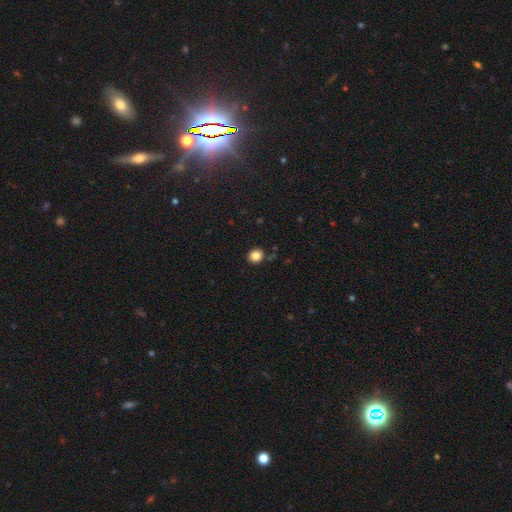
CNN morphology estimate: A smooth galaxy with no disk features (85%) that is round (85%).

Vote fractions:
- Smooth or featured? smooth: 85% / star or artifact: 11% / featured or disk: 4%
- How rounded? round: 85% / in between: 14% / cigar-shaped: 1%
- Merging? none: 87% / minor disturbance: 8% / merger: 3% / major disturbance: 2%